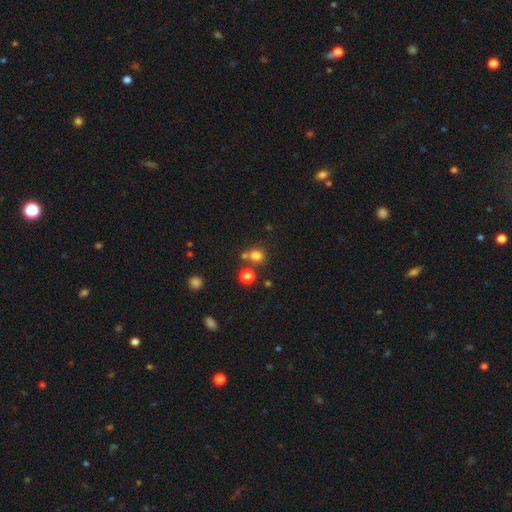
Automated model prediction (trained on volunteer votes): Smooth or featured: smooth — 77% (star or artifact — 16%)
How rounded: round — 76% (in between — 23%)
Merging: none — 63% (merger — 23%)